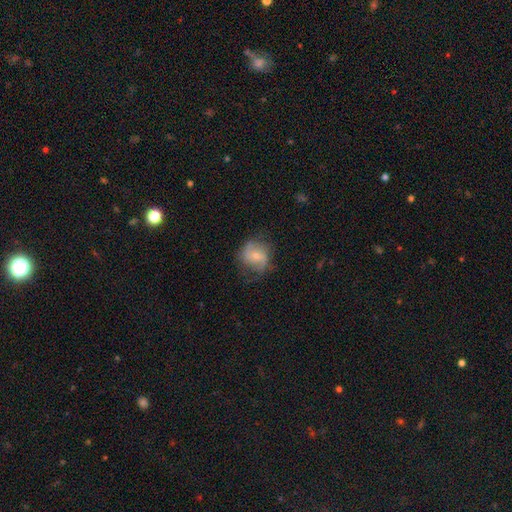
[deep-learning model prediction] A featured or disk galaxy (47%). Merging: none (61%).